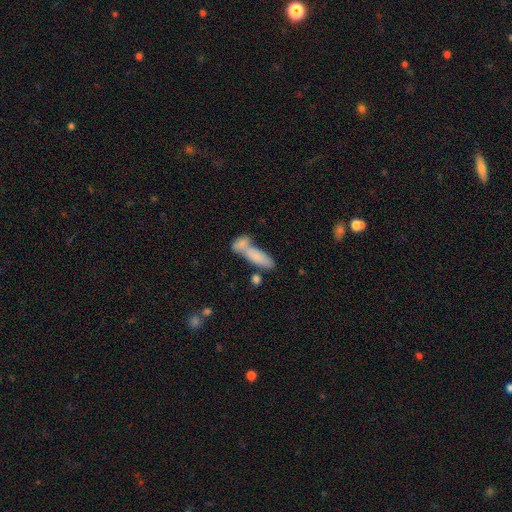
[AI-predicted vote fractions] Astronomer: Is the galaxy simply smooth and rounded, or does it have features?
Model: smooth — 79%.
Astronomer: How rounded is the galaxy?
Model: in between — 59% (runner-up: cigar-shaped, 38%).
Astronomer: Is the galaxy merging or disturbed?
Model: merger — 50% (runner-up: none, 35%).